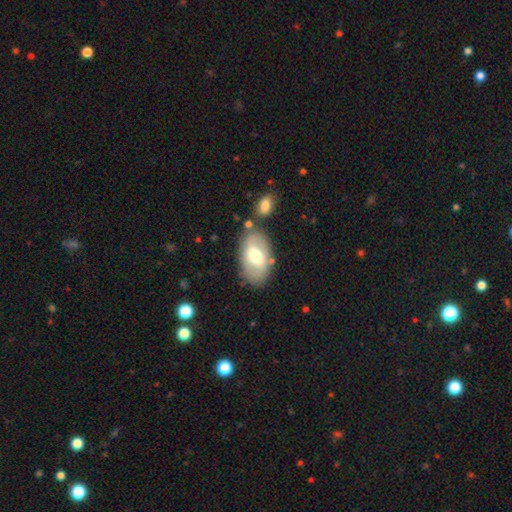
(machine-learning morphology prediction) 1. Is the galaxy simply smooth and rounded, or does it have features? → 53% smooth, 41% featured or disk, 6% star or artifact.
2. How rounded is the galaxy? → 92% in between, 6% round, 2% cigar-shaped.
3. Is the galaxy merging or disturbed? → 74% none, 14% minor disturbance, 8% merger, 4% major disturbance.